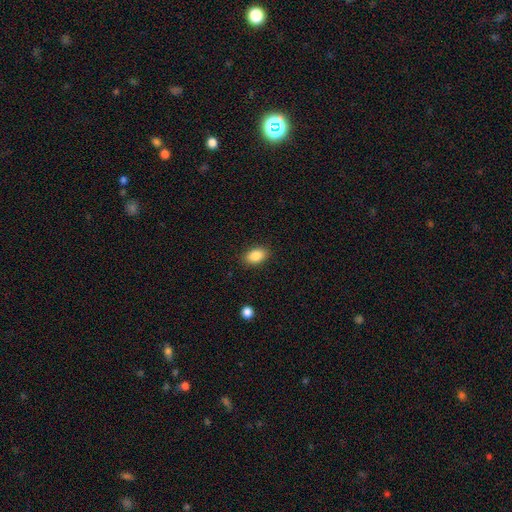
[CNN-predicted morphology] Q: Smooth or featured?
A: smooth (87%); runner-up: star or artifact (8%)
Q: How rounded?
A: in between (87%); runner-up: round (11%)
Q: Merging?
A: none (88%); runner-up: minor disturbance (9%)